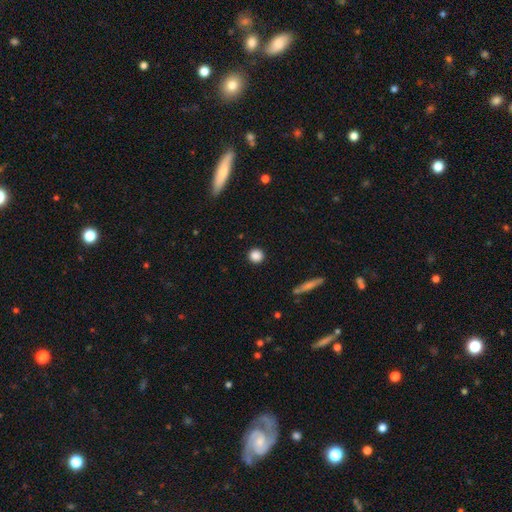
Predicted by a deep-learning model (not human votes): A smooth galaxy with no disk features (86%) that is round (93%).

Vote fractions:
- Smooth or featured? smooth: 86% / star or artifact: 10% / featured or disk: 4%
- How rounded? round: 93% / in between: 5% / cigar-shaped: 1%
- Merging? none: 91% / minor disturbance: 5% / major disturbance: 2% / merger: 1%